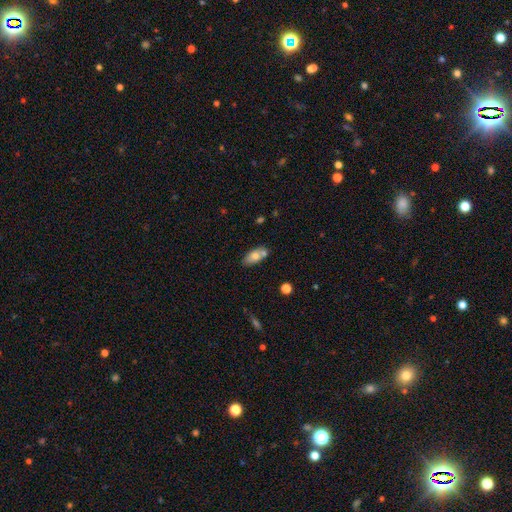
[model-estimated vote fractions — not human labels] smooth_or_featured: smooth (p=0.70) [alt: featured or disk p=0.23]
how_rounded: in between (p=0.87) [alt: cigar-shaped p=0.09]
merging: none (p=0.58) [alt: merger p=0.23]